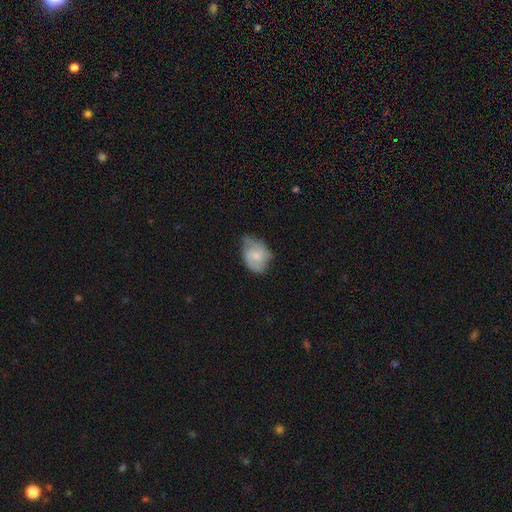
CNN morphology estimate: type=featured or disk (50%); edge-on=no (97%); merging=none (43%).